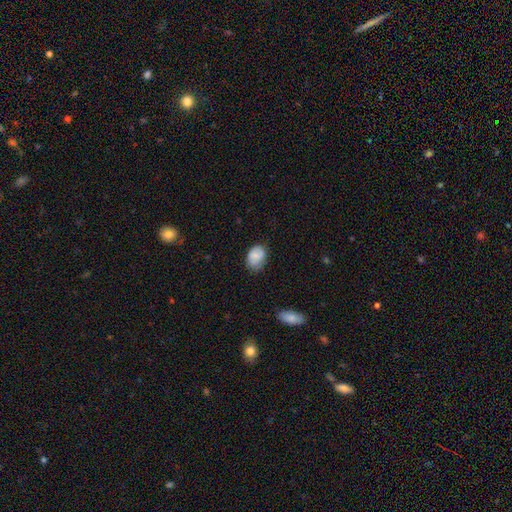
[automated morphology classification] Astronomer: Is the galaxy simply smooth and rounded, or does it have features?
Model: smooth — 77%.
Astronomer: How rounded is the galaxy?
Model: in between — 76%.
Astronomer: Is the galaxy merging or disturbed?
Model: none — 65%.